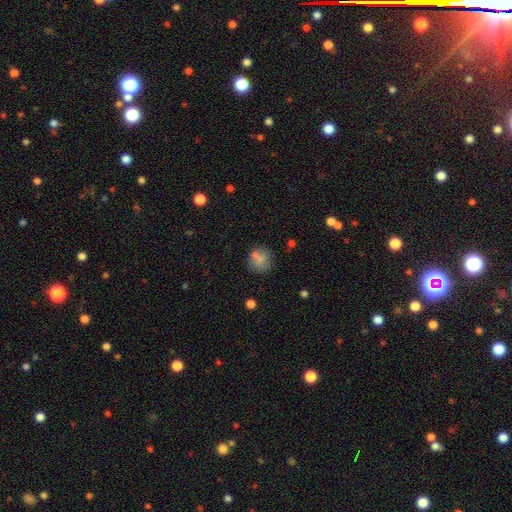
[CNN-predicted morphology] Smooth or featured: smooth — 72% (featured or disk — 15%)
How rounded: round — 87% (in between — 12%)
Merging: none — 67% (merger — 15%)